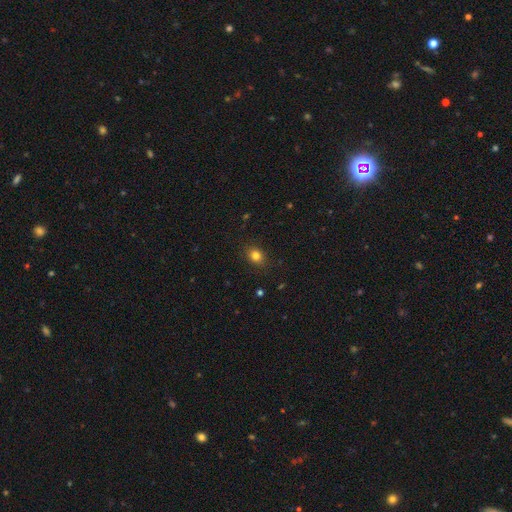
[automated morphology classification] smooth_or_featured: smooth (p=0.81) [alt: star or artifact p=0.13]
how_rounded: round (p=0.51) [alt: in between p=0.48]
merging: none (p=0.88) [alt: minor disturbance p=0.09]